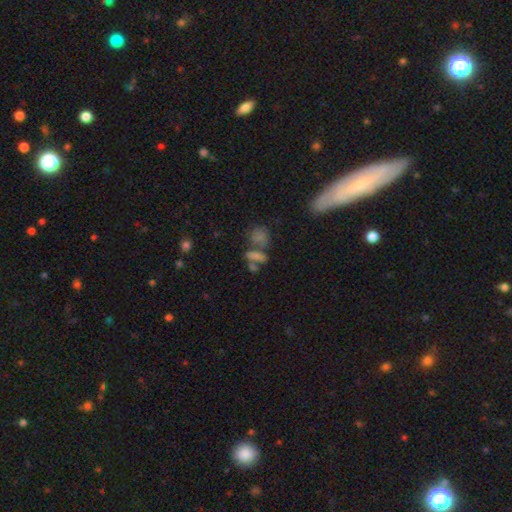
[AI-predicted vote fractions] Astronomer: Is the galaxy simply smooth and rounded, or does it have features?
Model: smooth — 65%.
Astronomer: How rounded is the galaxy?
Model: in between — 60%.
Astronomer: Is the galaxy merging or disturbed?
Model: merger — 41% (runner-up: none, 40%).